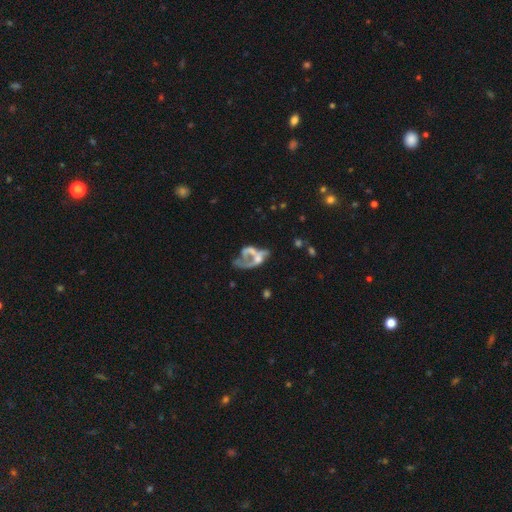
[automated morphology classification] Smooth or featured?
  - featured or disk: 61% *
  - smooth: 27%
  - star or artifact: 13%
Edge-on disk?
  - no: 95% *
  - yes: 5%
Bar?
  - no: 85% *
  - weak: 11%
  - strong: 4%
Spiral arms?
  - no: 81% *
  - yes: 19%
Bulge size?
  - none: 44% *
  - moderate: 28%
  - small: 19%
  - large: 7%
  - dominant: 2%
Merging?
  - merger: 39% *
  - major disturbance: 35%
  - none: 16%
  - minor disturbance: 10%